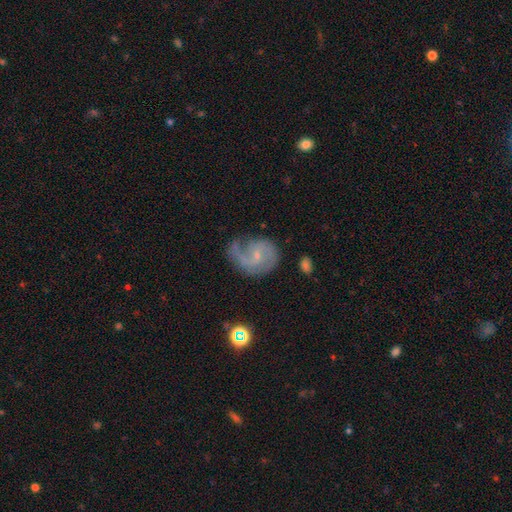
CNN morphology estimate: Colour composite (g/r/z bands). It shows a featured or disk galaxy (83%) with no bar (48%), 2 (63%) medium (49%) spiral arms (95%) and a small central bulge (75%). Merging: none (54%).